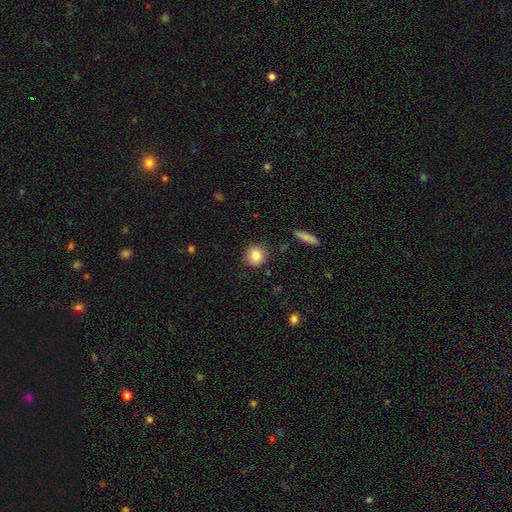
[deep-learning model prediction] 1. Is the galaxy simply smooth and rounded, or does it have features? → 84% smooth, 9% star or artifact, 7% featured or disk.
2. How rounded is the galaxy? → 90% round, 9% in between, 1% cigar-shaped.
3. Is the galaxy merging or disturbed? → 89% none, 7% minor disturbance, 2% major disturbance, 2% merger.